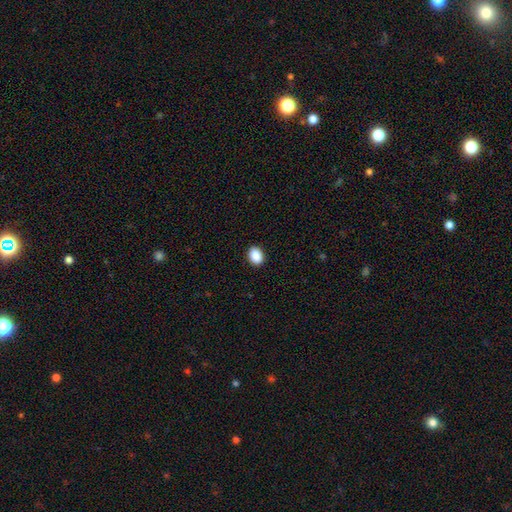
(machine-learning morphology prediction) smooth 90%, star or artifact 8%, featured or disk 2%. Down the decision tree: how rounded — in between (72%); merging — none (90%).